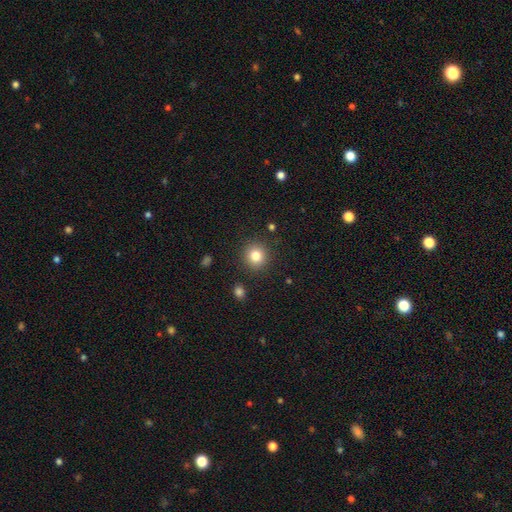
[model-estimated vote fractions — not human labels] This appears to be a smooth galaxy with no disk features (81%) that is round (90%). Merging: none (89%).